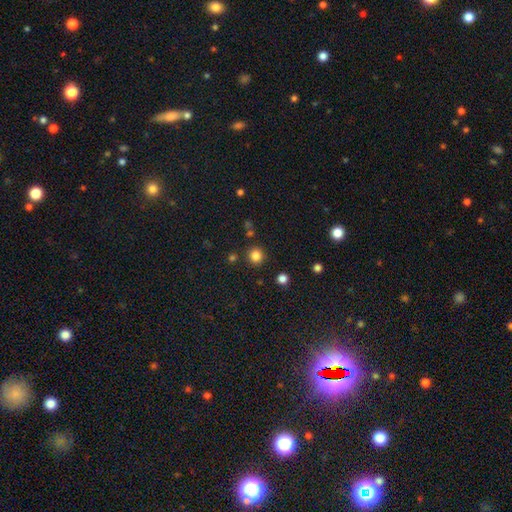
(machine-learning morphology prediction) Smooth or featured? Predicted: smooth (p=0.82). How rounded? Predicted: round (p=0.93). Merging? Predicted: none (p=0.89).